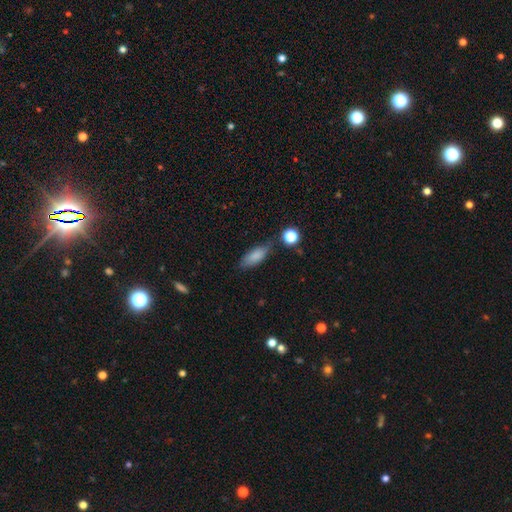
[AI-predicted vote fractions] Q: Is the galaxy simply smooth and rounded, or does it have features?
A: smooth — 82%.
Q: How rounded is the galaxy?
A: in between — 75%.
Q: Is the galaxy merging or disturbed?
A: none — 63%.